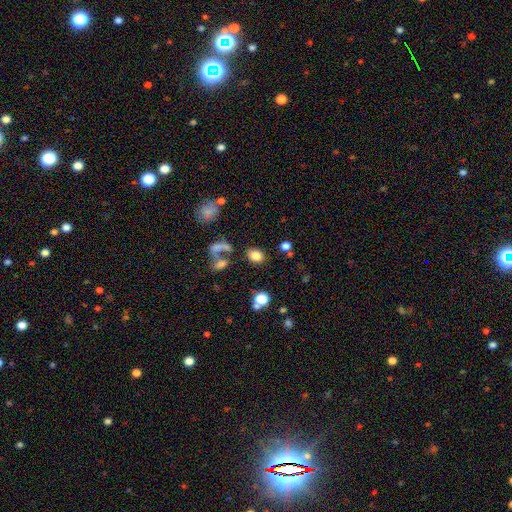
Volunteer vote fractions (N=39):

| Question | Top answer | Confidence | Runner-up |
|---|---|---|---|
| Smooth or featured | smooth | 87% | star or artifact (8%) |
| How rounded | in between | 59% | round (38%) |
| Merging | none | 83% | minor disturbance (14%) |